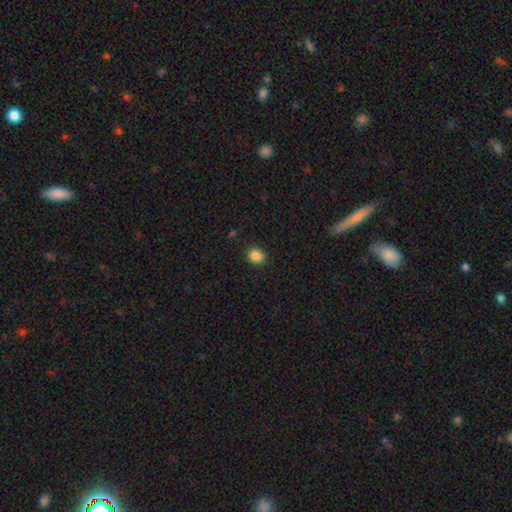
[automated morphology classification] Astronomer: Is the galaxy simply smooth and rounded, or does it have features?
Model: smooth — 86%.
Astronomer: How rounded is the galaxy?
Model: round — 74%.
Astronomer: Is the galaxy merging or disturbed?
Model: none — 89%.